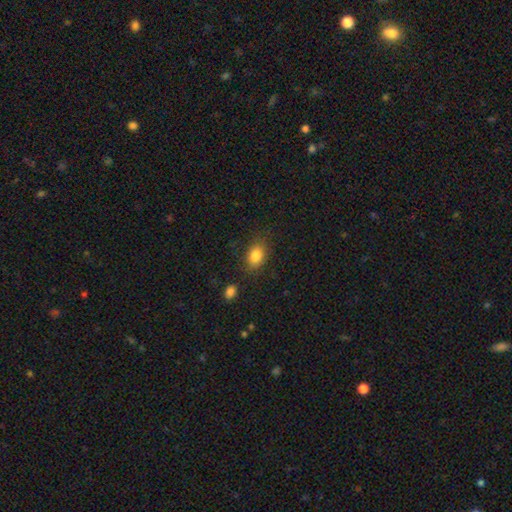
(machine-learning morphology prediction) smooth-or-featured: smooth: 84% | star or artifact: 9% | featured or disk: 7%
  how-rounded: in between: 77% | round: 22% | cigar-shaped: 1%
  merging: none: 80% | minor disturbance: 14% | major disturbance: 4% | merger: 2%